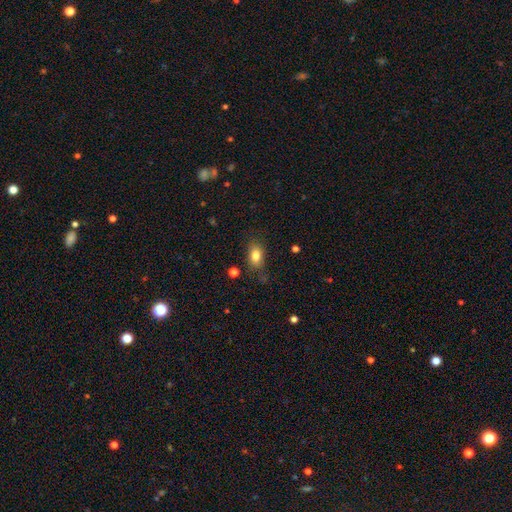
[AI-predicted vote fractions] Overall: smooth (82%). How rounded: in between (82%). Merging: none (76%).